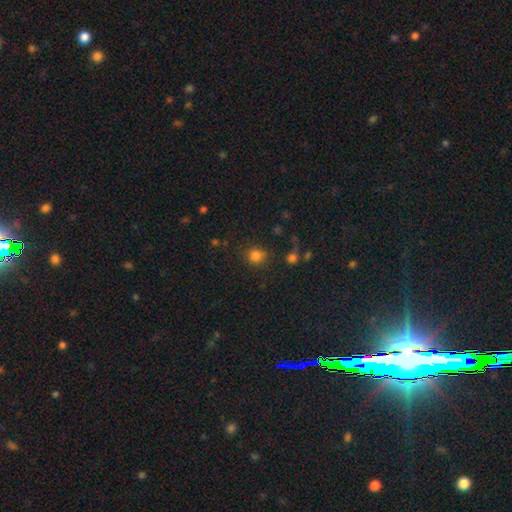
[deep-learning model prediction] Smooth or featured?
  - smooth: 81% *
  - star or artifact: 14%
  - featured or disk: 5%
How rounded?
  - round: 88% *
  - in between: 11%
  - cigar-shaped: 1%
Merging?
  - none: 83% *
  - minor disturbance: 10%
  - major disturbance: 4%
  - merger: 4%